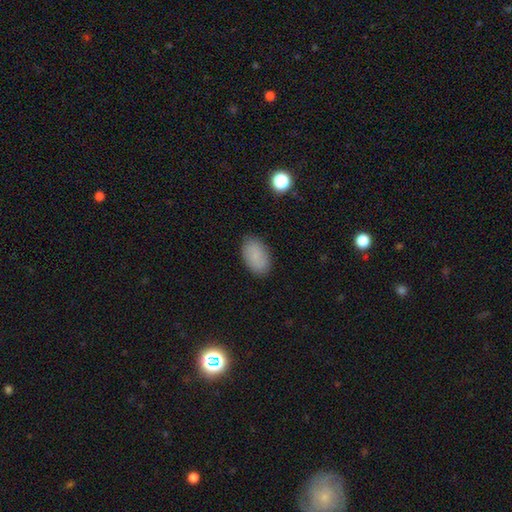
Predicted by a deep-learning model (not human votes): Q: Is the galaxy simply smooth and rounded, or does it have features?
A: smooth — 80%.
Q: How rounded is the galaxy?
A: in between — 92%.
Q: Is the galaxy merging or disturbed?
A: none — 86%.